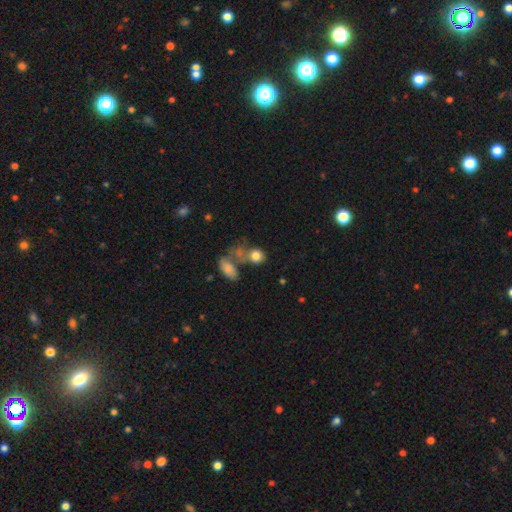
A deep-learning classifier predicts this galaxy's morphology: Smooth or featured? Predicted: smooth (p=0.77). How rounded? Predicted: round (p=0.49, tied with in between). Merging? Predicted: merger (p=0.37).